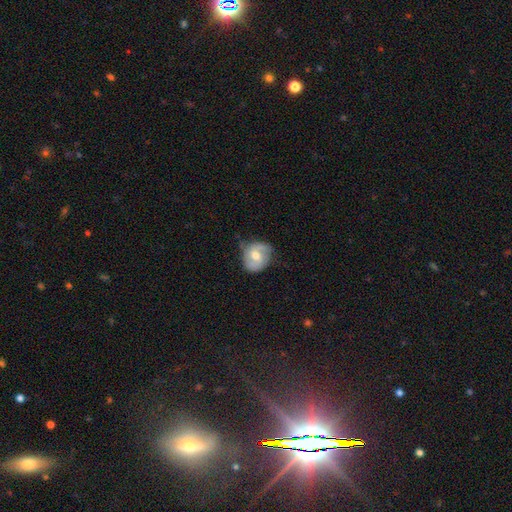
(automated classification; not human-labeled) A featured or disk galaxy (55%) with no bar (53%), spiral arms (80%) and a moderate central bulge (71%).

Vote fractions:
- Smooth or featured? featured or disk: 55% / smooth: 38% / star or artifact: 7%
- Edge-on disk? no: 97% / yes: 3%
- Bar? no: 53% / weak: 39% / strong: 8%
- Spiral arms? yes: 80% / no: 20%
- Bulge size? moderate: 71% / small: 20% / large: 7% / none: 2% / dominant: 1%
- Merging? none: 59% / minor disturbance: 30% / major disturbance: 9% / merger: 2%